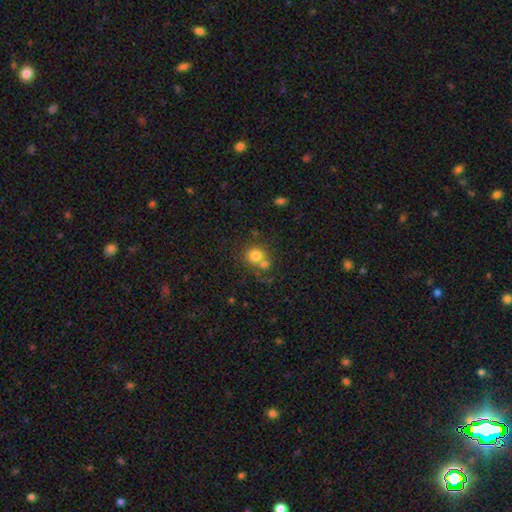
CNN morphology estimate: type=smooth (77%); roundness=round (87%); merging=none (51%).